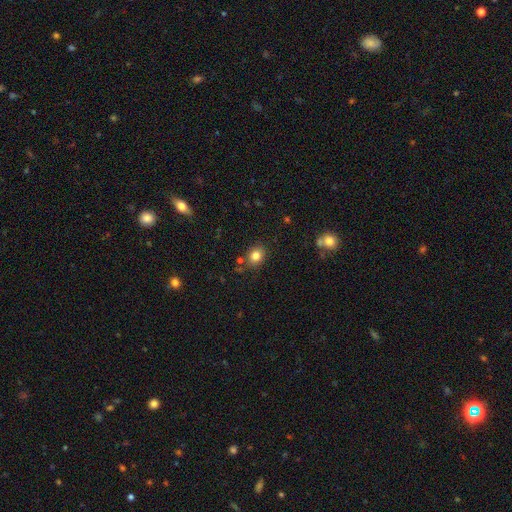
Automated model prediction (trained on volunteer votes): The model was most divided on "how rounded": round: 56%, in between: 43%, cigar-shaped: 1%. More confident: smooth or featured — smooth (81%); merging — none (81%).